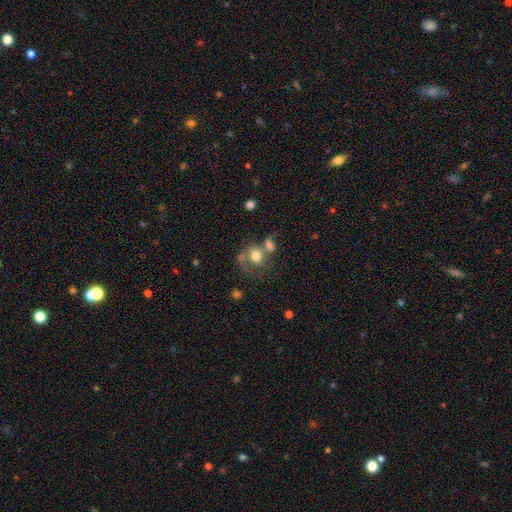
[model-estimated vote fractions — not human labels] The model was most divided on "merging": merger: 43%, none: 25%, major disturbance: 18%, minor disturbance: 13%. More confident: smooth or featured — smooth (65%); how rounded — round (64%).